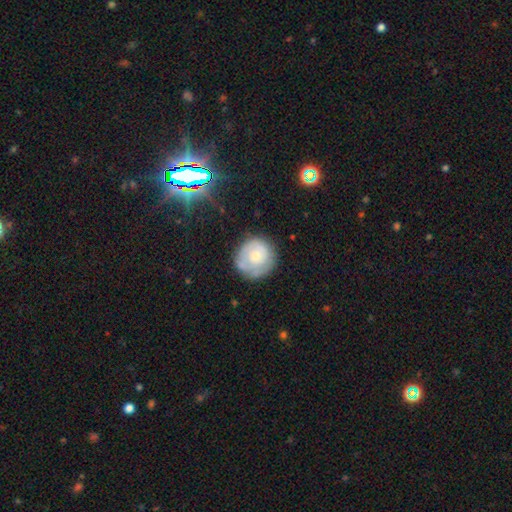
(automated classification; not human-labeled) Q: Smooth or featured?
A: smooth (47%); runner-up: featured or disk (46%)
Q: Merging?
A: none (68%); runner-up: minor disturbance (21%)